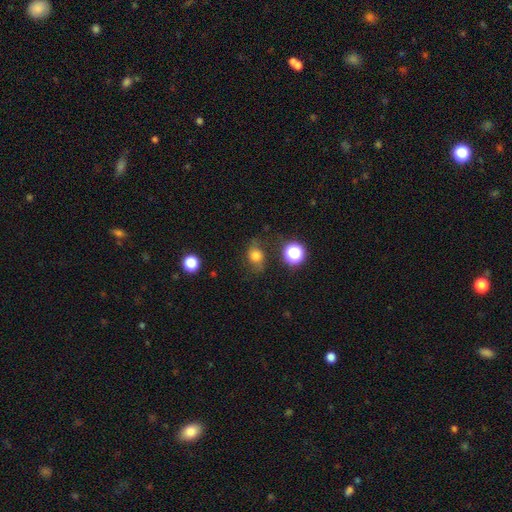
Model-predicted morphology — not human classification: smooth 68%, featured or disk 16%, star or artifact 16%. Down the decision tree: how rounded — round (61%); merging — none (63%).